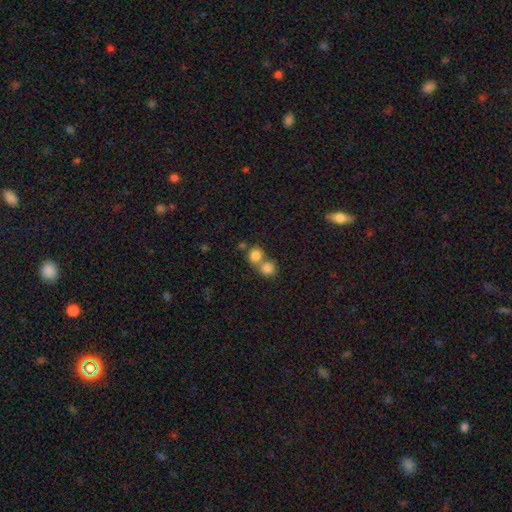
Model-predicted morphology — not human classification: Smooth or featured? Predicted: smooth (p=0.82). How rounded? Predicted: round (p=0.84). Merging? Predicted: merger (p=0.53).